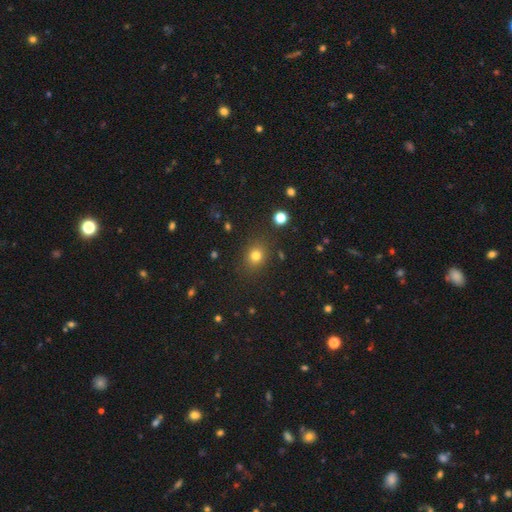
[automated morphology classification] Smooth or featured?
  - smooth: 78% *
  - star or artifact: 15%
  - featured or disk: 7%
How rounded?
  - round: 70% *
  - in between: 29%
  - cigar-shaped: 1%
Merging?
  - none: 84% *
  - minor disturbance: 10%
  - major disturbance: 4%
  - merger: 2%